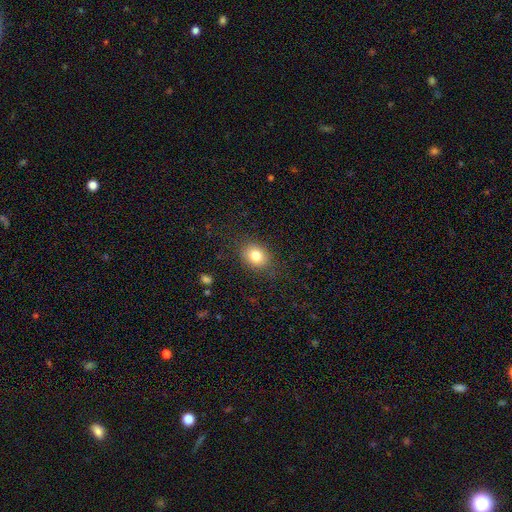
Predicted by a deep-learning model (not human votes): A smooth galaxy with no disk features (80%) that is round (54%). Merging: none (84%).